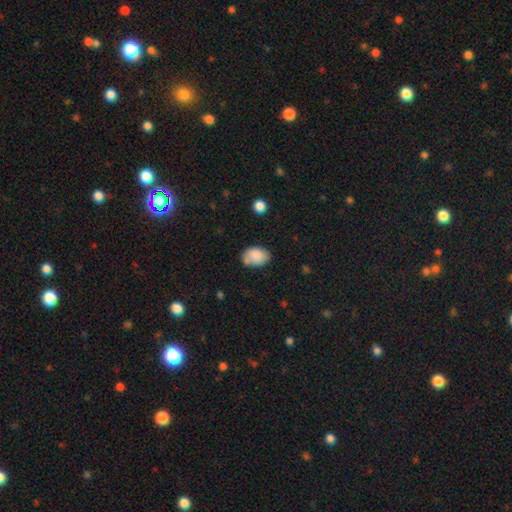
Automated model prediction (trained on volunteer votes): Smooth or featured? smooth (85%)
How rounded? in between (81%)
Merging? none (64%)